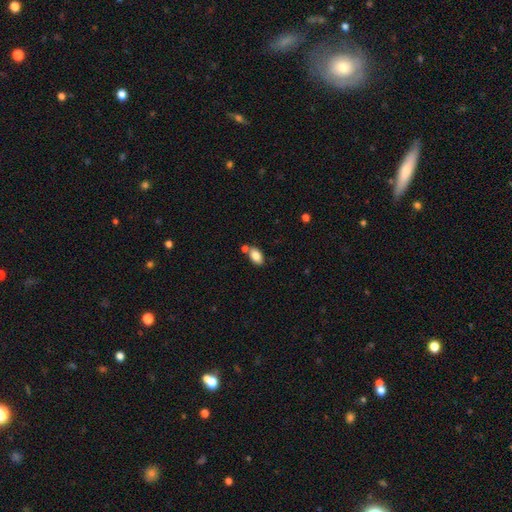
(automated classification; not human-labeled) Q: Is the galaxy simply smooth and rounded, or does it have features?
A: smooth — 83%.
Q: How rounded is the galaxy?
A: in between — 91%.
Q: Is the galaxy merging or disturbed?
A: none — 64%.